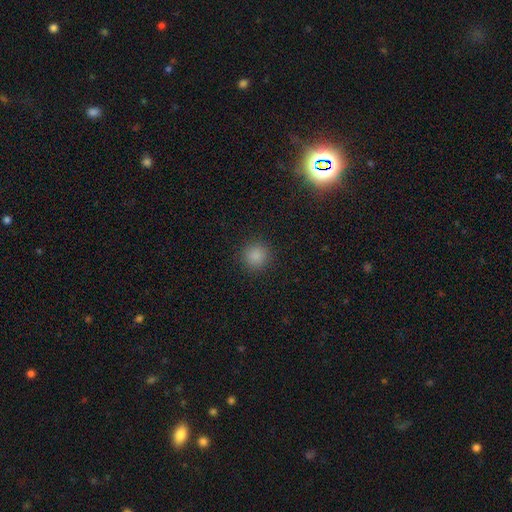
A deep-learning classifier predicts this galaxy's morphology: Smooth or featured?
  - smooth: 86% *
  - star or artifact: 11%
  - featured or disk: 3%
How rounded?
  - round: 93% *
  - in between: 6%
  - cigar-shaped: 1%
Merging?
  - none: 91% *
  - minor disturbance: 6%
  - major disturbance: 2%
  - merger: 1%